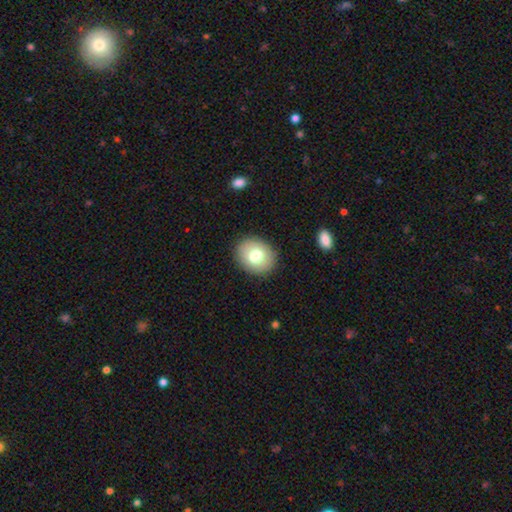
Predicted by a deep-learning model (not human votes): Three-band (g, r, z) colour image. It shows a smooth galaxy with no disk features (75%) that is round (56%). Merging: none (90%).